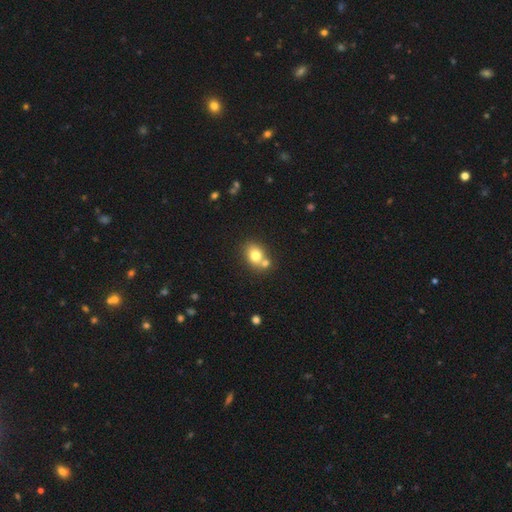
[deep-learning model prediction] Smooth or featured: smooth — 77% (featured or disk — 12%)
How rounded: round — 50% (in between — 49%)
Merging: none — 53% (merger — 34%)